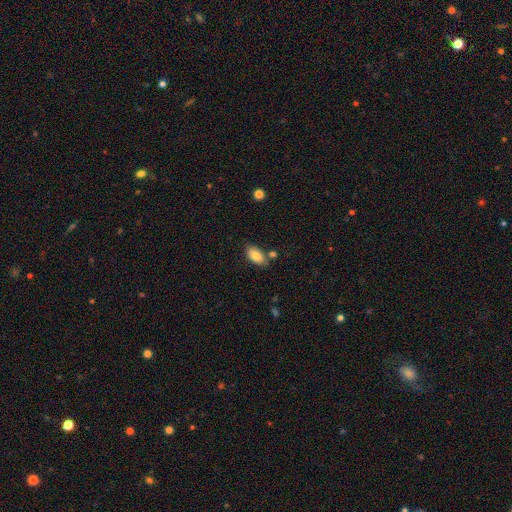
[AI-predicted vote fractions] This is clearly a smooth galaxy (80%). How rounded: clearly in between (93%). Merging: likely none (72%).